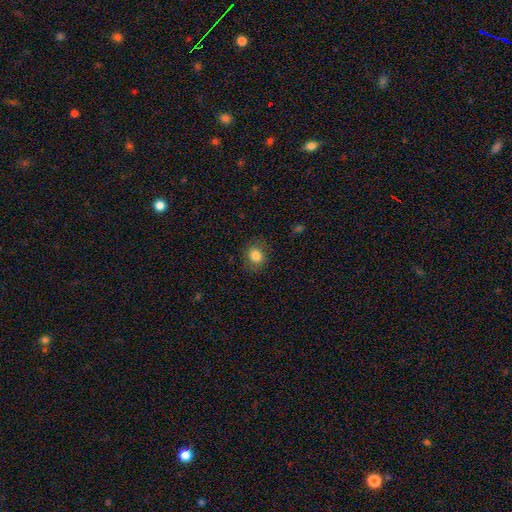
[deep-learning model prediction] Smooth or featured?
  - smooth: 83% *
  - star or artifact: 10%
  - featured or disk: 7%
How rounded?
  - round: 60% *
  - in between: 39%
  - cigar-shaped: 1%
Merging?
  - none: 83% *
  - minor disturbance: 12%
  - major disturbance: 4%
  - merger: 1%